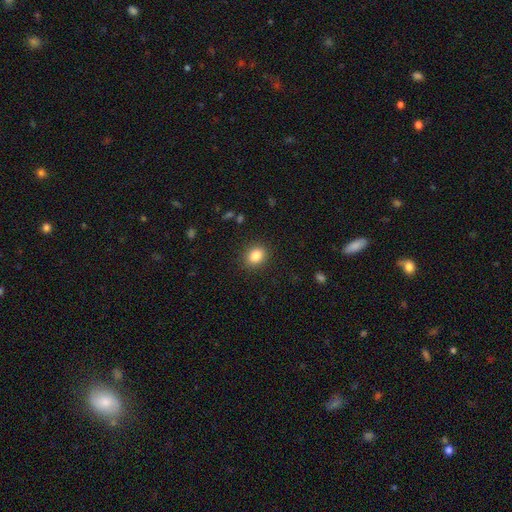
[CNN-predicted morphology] smooth 85%, star or artifact 10%, featured or disk 5%. Down the decision tree: how rounded — round (51%); merging — none (89%).